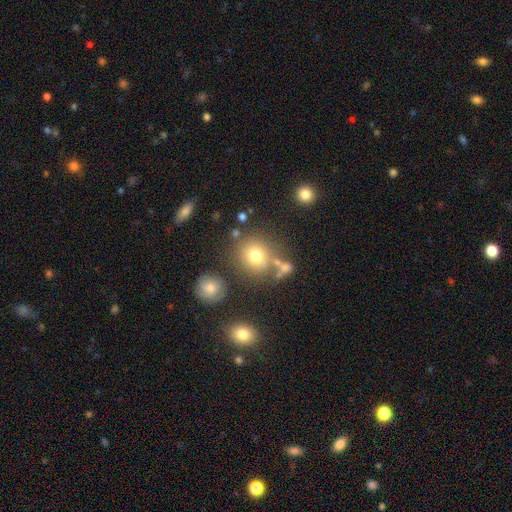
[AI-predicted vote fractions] smooth_or_featured: smooth (p=0.72) [alt: star or artifact p=0.15]
how_rounded: round (p=0.85) [alt: in between p=0.14]
merging: none (p=0.67) [alt: merger p=0.14]